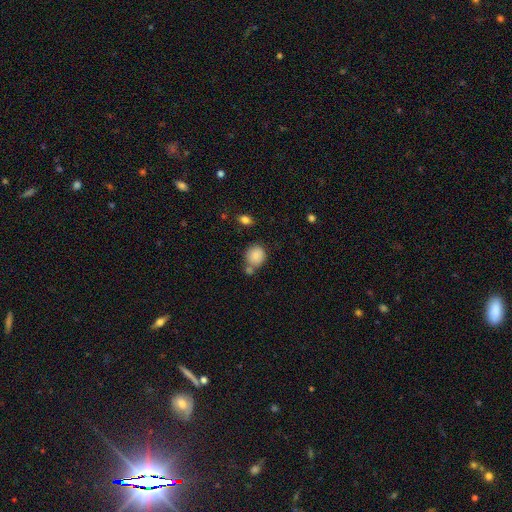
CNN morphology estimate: This is clearly a smooth galaxy (86%). How rounded: likely round (75%). Merging: possibly none (54%).